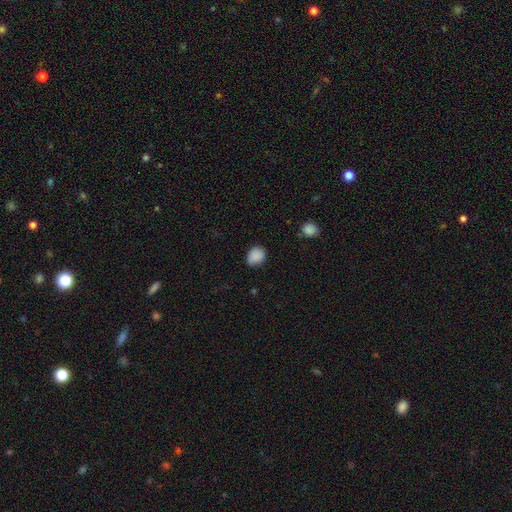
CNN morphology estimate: smooth-or-featured: smooth: 86% | star or artifact: 9% | featured or disk: 5%
  how-rounded: round: 61% | in between: 38% | cigar-shaped: 1%
  merging: none: 70% | minor disturbance: 24% | major disturbance: 4% | merger: 2%